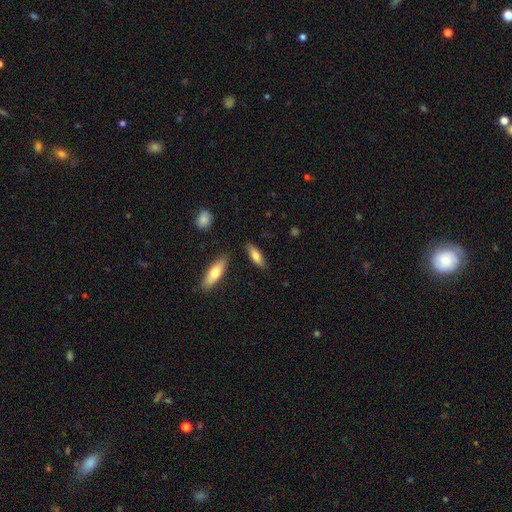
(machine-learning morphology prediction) Smooth or featured? Predicted: smooth (p=0.74). How rounded? Predicted: in between (p=0.52). Merging? Predicted: none (p=0.81).